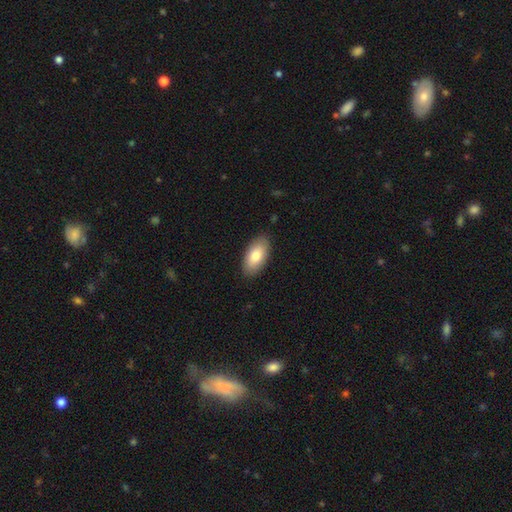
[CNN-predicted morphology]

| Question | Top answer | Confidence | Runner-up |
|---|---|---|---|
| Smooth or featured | smooth | 80% | featured or disk (14%) |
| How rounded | in between | 93% | cigar-shaped (4%) |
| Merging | none | 87% | minor disturbance (10%) |